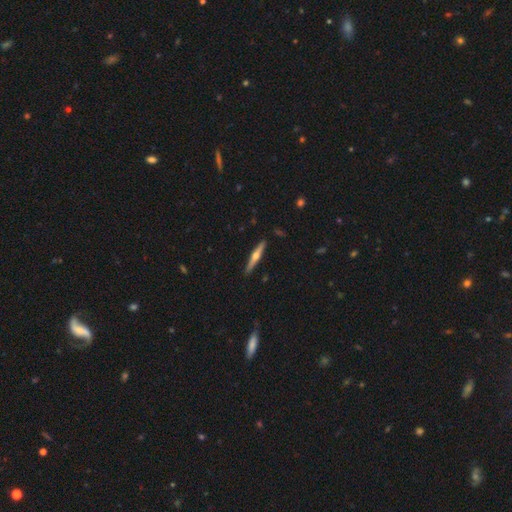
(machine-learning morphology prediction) type=featured or disk (63%); edge-on=yes (97%); edge-on bulge=rounded (92%); merging=none (91%).